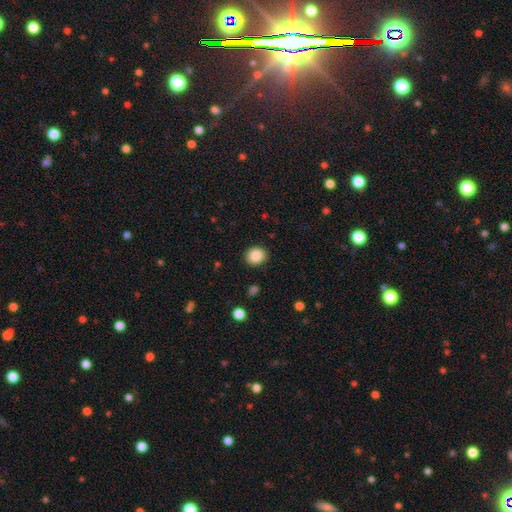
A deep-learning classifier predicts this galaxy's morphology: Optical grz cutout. It shows a smooth galaxy with no disk features (87%) that is round (78%). Merging: none (89%).